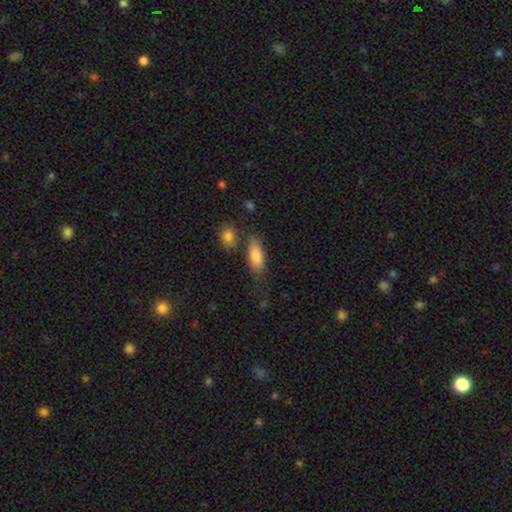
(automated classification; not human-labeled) A smooth galaxy with no disk features (83%) that is in between round and cigar-shaped (81%). Merging: none (60%).